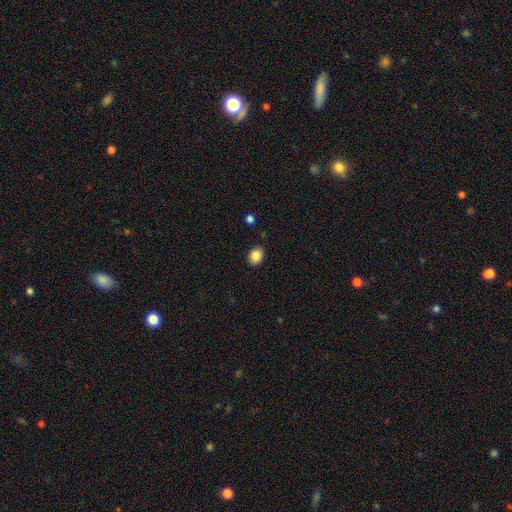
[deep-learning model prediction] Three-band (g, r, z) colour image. It shows a smooth galaxy with no disk features (86%) that is in between round and cigar-shaped (56%). Merging: none (88%).